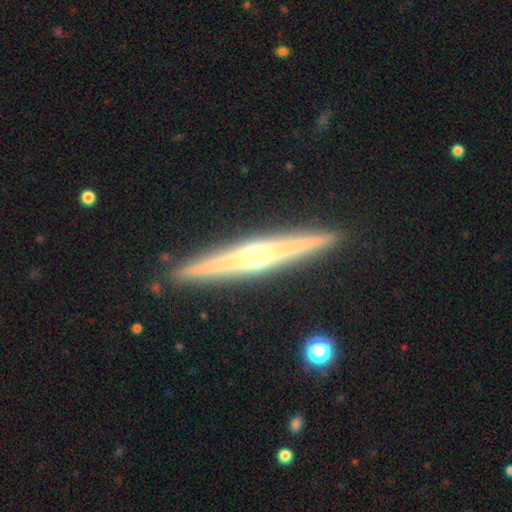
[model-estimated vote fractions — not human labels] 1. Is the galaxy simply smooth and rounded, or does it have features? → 83% featured or disk, 12% smooth, 5% star or artifact.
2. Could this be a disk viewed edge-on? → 98% yes, 2% no.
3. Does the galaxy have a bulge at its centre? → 87% rounded, 7% boxy, 6% none.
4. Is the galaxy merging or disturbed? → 92% none, 6% minor disturbance, 1% merger, 1% major disturbance.